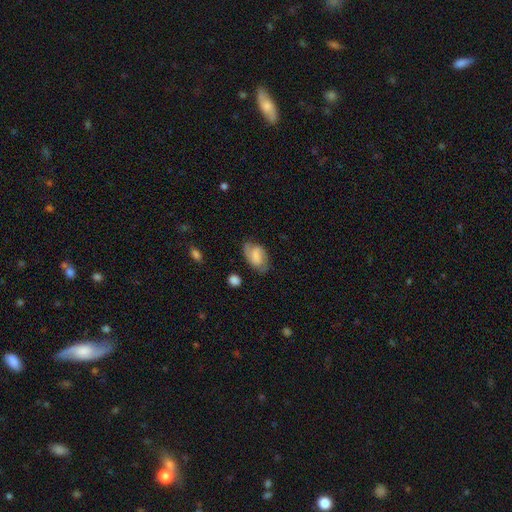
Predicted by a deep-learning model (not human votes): Smooth or featured? Predicted: featured or disk (p=0.48). Merging? Predicted: none (p=0.64).